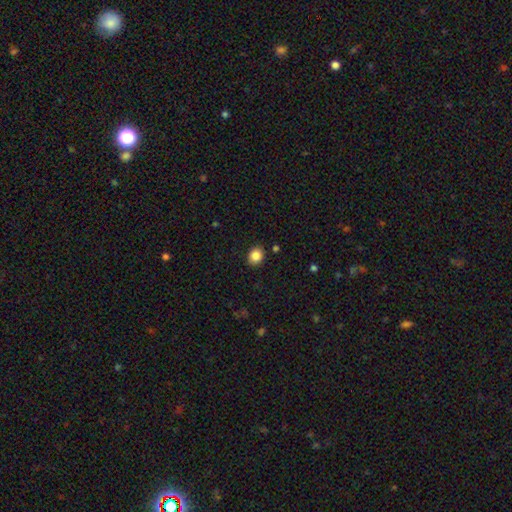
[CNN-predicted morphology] smooth_or_featured: smooth (p=0.86) [alt: star or artifact p=0.10]
how_rounded: round (p=0.67) [alt: in between p=0.32]
merging: none (p=0.89) [alt: minor disturbance p=0.07]